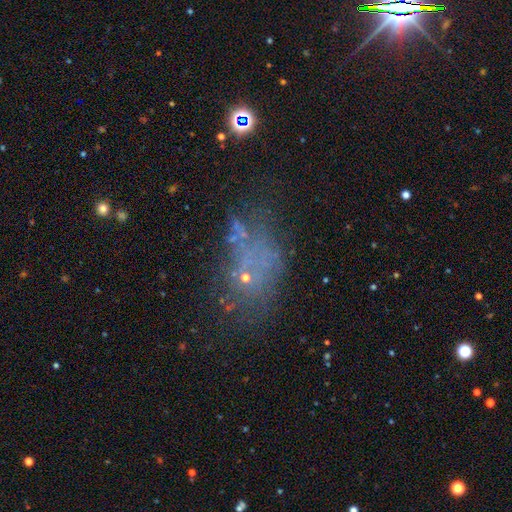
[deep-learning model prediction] Smooth or featured: star or artifact — 37% (featured or disk — 33%)